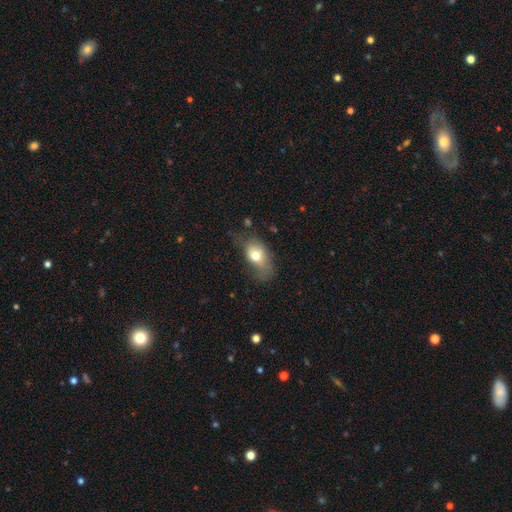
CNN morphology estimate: This is likely a smooth galaxy (71%). How rounded: clearly in between (85%). Merging: marginally none (43%).